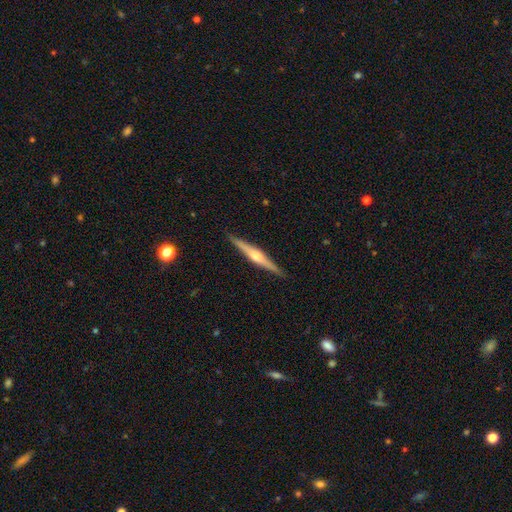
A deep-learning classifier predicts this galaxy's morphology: Smooth or featured?
  - featured or disk: 76% *
  - smooth: 19%
  - star or artifact: 5%
Edge-on disk?
  - yes: 98% *
  - no: 2%
Edge-on bulge?
  - rounded: 85% *
  - boxy: 10%
  - none: 5%
Merging?
  - none: 91% *
  - minor disturbance: 6%
  - major disturbance: 1%
  - merger: 1%